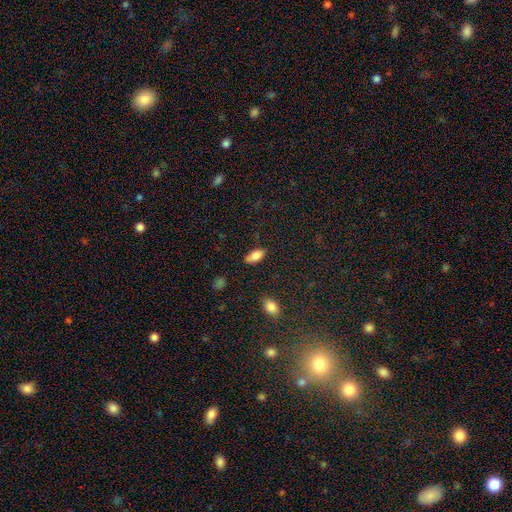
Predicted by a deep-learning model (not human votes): Q: Smooth or featured?
A: smooth (79%); runner-up: featured or disk (14%)
Q: How rounded?
A: in between (85%); runner-up: cigar-shaped (12%)
Q: Merging?
A: none (84%); runner-up: minor disturbance (12%)